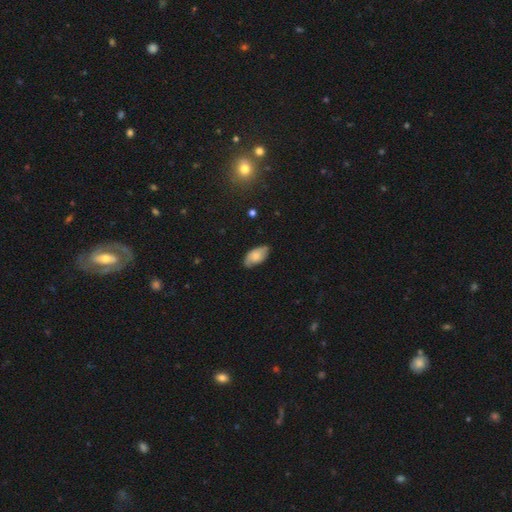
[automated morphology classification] Smooth or featured? smooth (70%)
How rounded? in between (94%)
Merging? none (73%)